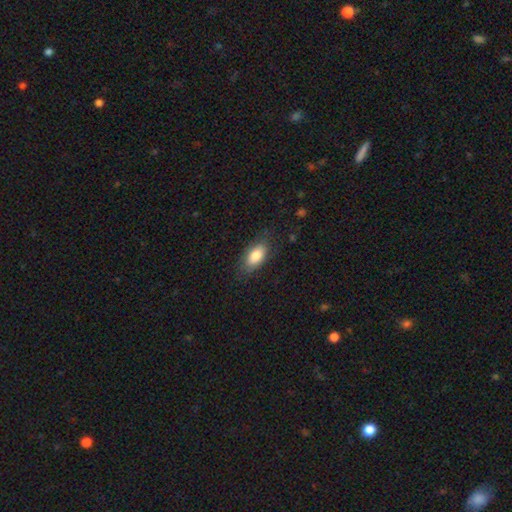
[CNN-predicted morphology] Q: Smooth or featured?
A: smooth (81%); runner-up: featured or disk (12%)
Q: How rounded?
A: in between (89%); runner-up: cigar-shaped (7%)
Q: Merging?
A: none (79%); runner-up: minor disturbance (16%)